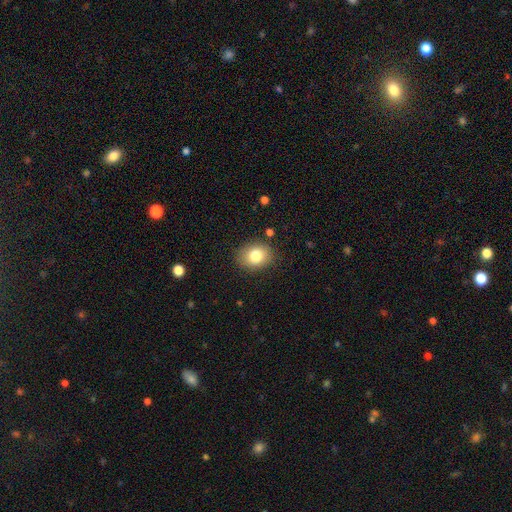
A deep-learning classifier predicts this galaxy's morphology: The model was most divided on "how rounded": in between: 56%, round: 43%, cigar-shaped: 1%. More confident: merging — none (85%); smooth or featured — smooth (81%).